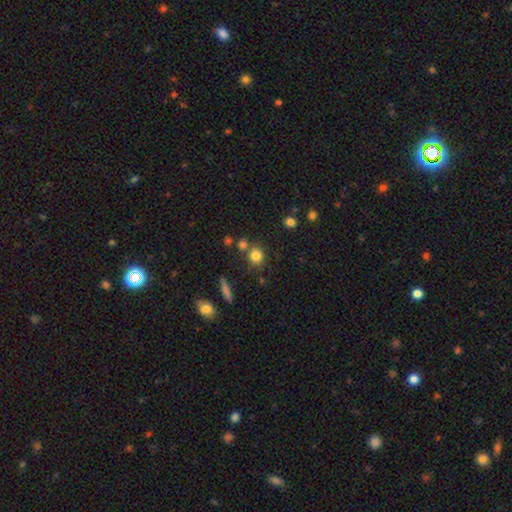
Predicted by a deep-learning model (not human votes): A smooth galaxy with no disk features (81%) that is round (85%).

Vote fractions:
- Smooth or featured? smooth: 81% / star or artifact: 12% / featured or disk: 7%
- How rounded? round: 85% / in between: 14% / cigar-shaped: 2%
- Merging? none: 71% / merger: 15% / minor disturbance: 10% / major disturbance: 4%